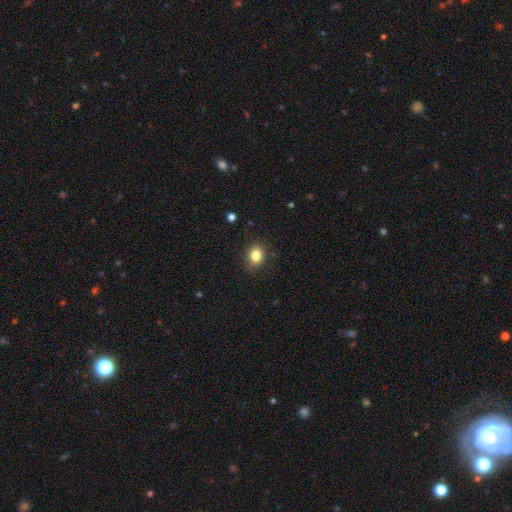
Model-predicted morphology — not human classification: The model was most divided on "how rounded": round: 51%, in between: 48%, cigar-shaped: 1%. More confident: merging — none (85%); smooth or featured — smooth (83%).